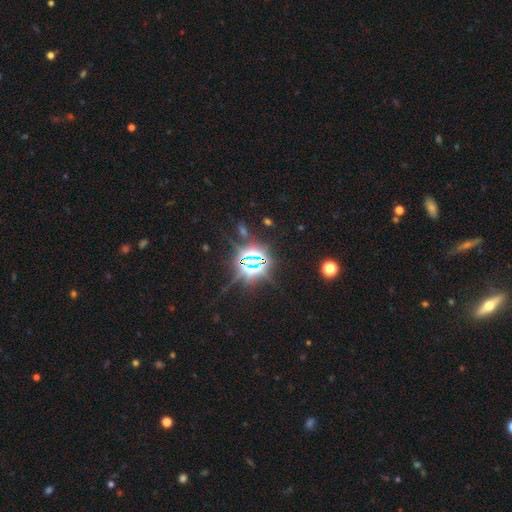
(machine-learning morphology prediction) This appears to be a star or artifact, not a galaxy (79%).